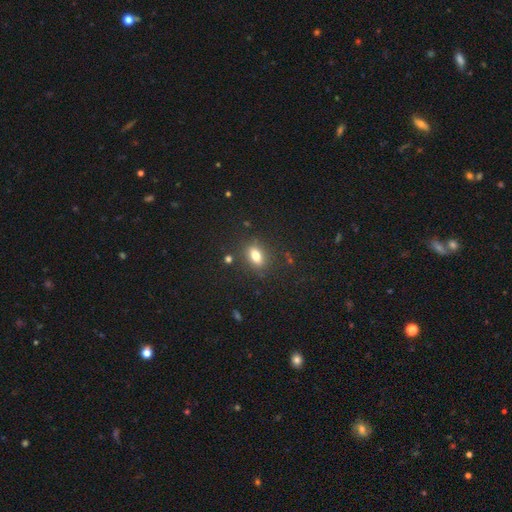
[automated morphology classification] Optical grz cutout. It shows a smooth galaxy with no disk features (79%) that is in between round and cigar-shaped (81%). Merging: none (83%).